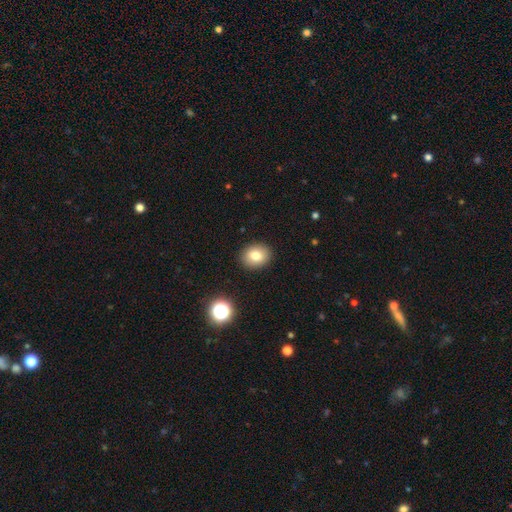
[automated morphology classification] A smooth galaxy with no disk features (80%) that is round (54%). Merging: none (90%).